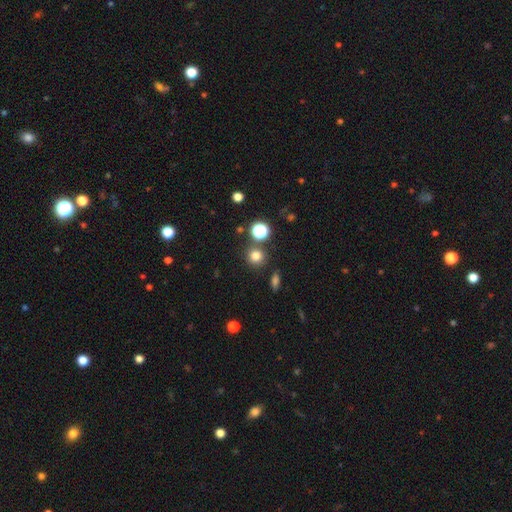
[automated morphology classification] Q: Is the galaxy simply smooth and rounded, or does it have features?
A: smooth — 76%.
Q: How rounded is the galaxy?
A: round — 90%.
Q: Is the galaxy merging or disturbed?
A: none — 82%.